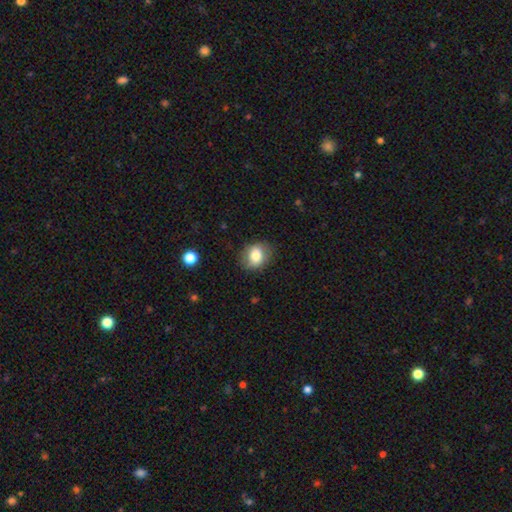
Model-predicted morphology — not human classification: Q: Smooth or featured?
A: smooth (77%); runner-up: featured or disk (15%)
Q: How rounded?
A: in between (51%); runner-up: round (48%)
Q: Merging?
A: none (80%); runner-up: minor disturbance (14%)